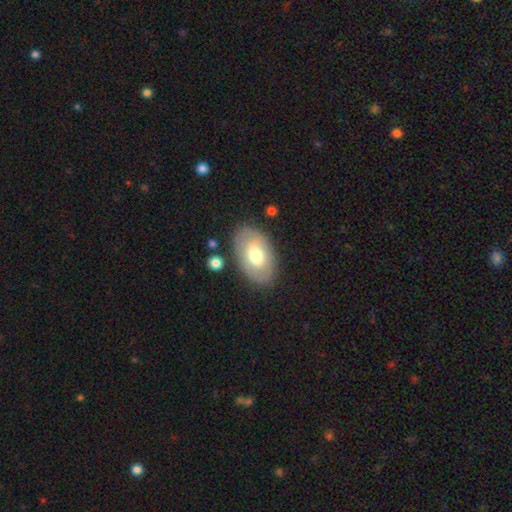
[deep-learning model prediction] smooth-or-featured: smooth: 64% | featured or disk: 30% | star or artifact: 6%
  how-rounded: in between: 92% | round: 7% | cigar-shaped: 1%
  merging: none: 80% | minor disturbance: 13% | major disturbance: 4% | merger: 3%